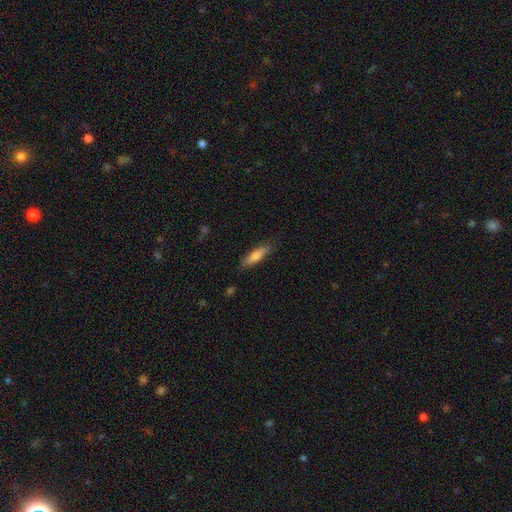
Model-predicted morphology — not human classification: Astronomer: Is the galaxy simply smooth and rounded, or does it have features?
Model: smooth — 73%.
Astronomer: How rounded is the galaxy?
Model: cigar-shaped — 66%.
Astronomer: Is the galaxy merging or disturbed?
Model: none — 83%.